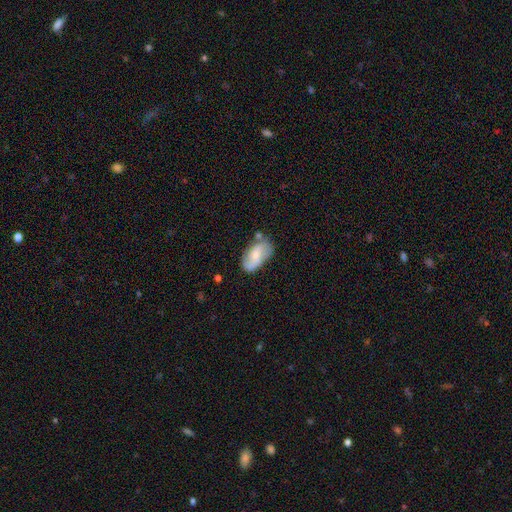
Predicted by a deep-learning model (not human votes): Smooth or featured?
  - featured or disk: 52% *
  - smooth: 41%
  - star or artifact: 7%
Edge-on disk?
  - no: 95% *
  - yes: 5%
Merging?
  - none: 58% *
  - minor disturbance: 25%
  - merger: 8%
  - major disturbance: 8%